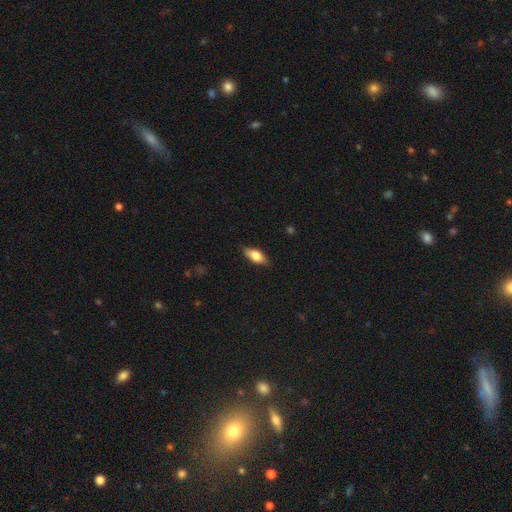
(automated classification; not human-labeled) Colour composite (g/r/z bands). It shows a smooth galaxy with no disk features (69%) that is in between round and cigar-shaped (79%). Merging: none (83%).